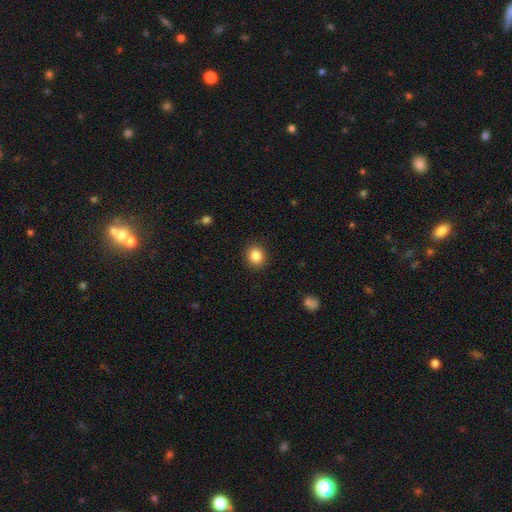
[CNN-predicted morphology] Q: Smooth or featured?
A: smooth (86%); runner-up: star or artifact (10%)
Q: How rounded?
A: round (72%); runner-up: in between (27%)
Q: Merging?
A: none (90%); runner-up: minor disturbance (7%)